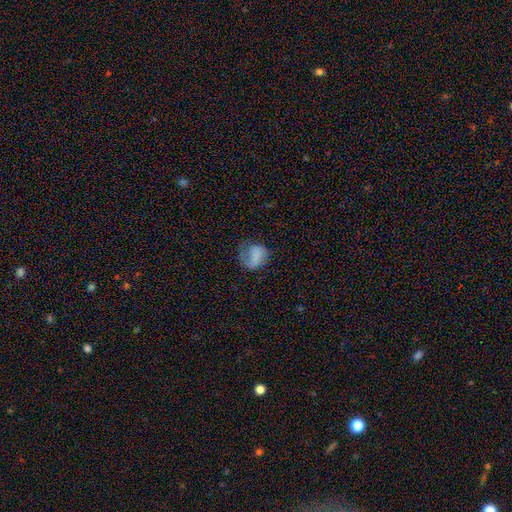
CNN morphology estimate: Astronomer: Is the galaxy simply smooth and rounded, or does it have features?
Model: smooth — 68%.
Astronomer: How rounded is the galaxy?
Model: round — 61% (runner-up: in between, 38%).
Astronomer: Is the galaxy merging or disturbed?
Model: none — 45% (runner-up: minor disturbance, 28%).